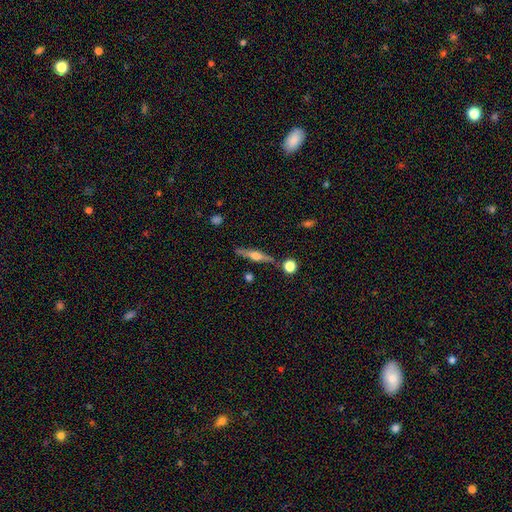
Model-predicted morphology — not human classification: smooth-or-featured: featured or disk: 63% | smooth: 30% | star or artifact: 7%
  disk-edge-on: yes: 96% | no: 4%
    edge-on-bulge: rounded: 84% | boxy: 12% | none: 5%
  merging: none: 79% | minor disturbance: 11% | merger: 6% | major disturbance: 3%